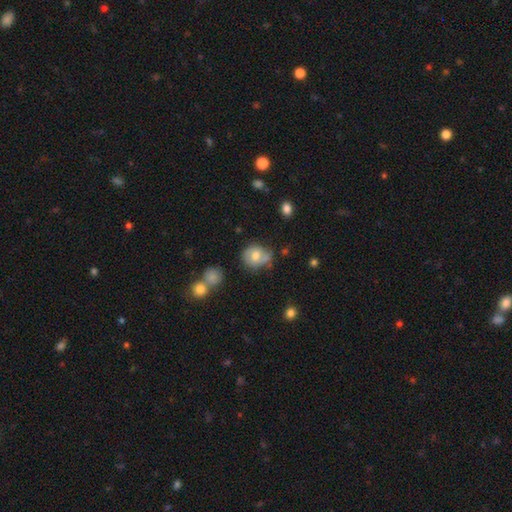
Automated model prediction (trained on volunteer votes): Morphology: type=smooth (62%); roundness=round (69%); merging=none (54%).